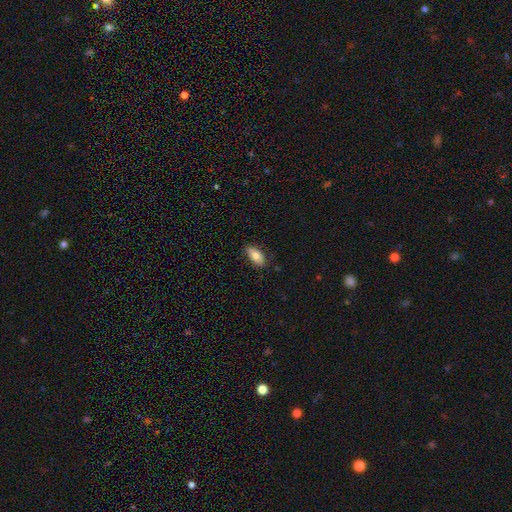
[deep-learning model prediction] The model was most divided on "smooth or featured": smooth: 77%, featured or disk: 16%, star or artifact: 7%. More confident: how rounded — in between (90%); merging — none (80%).